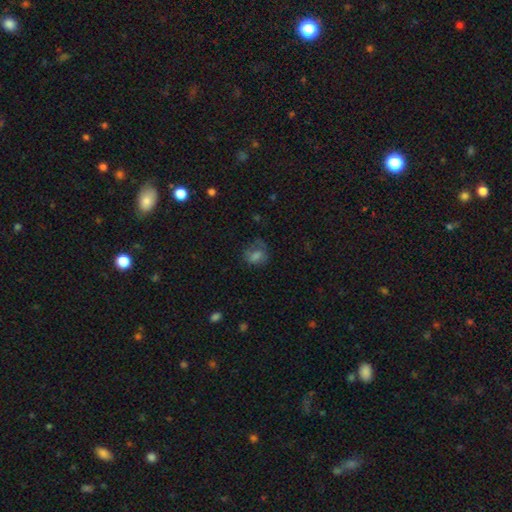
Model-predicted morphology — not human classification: Smooth or featured: smooth — 59% (featured or disk — 21%)
How rounded: round — 54% (in between — 45%)
Merging: none — 49% (major disturbance — 25%)